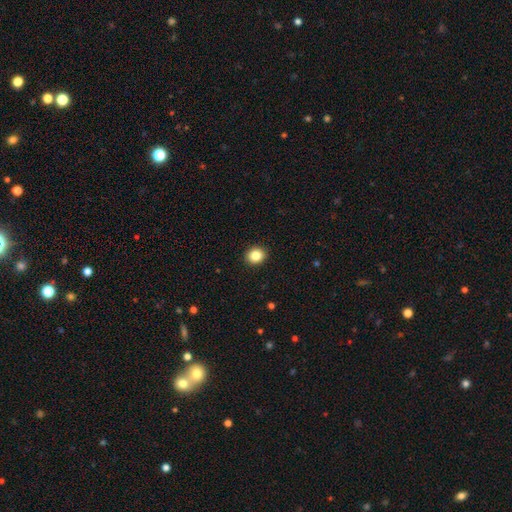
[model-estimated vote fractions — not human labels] Smooth or featured? smooth (85%)
How rounded? round (77%)
Merging? none (92%)